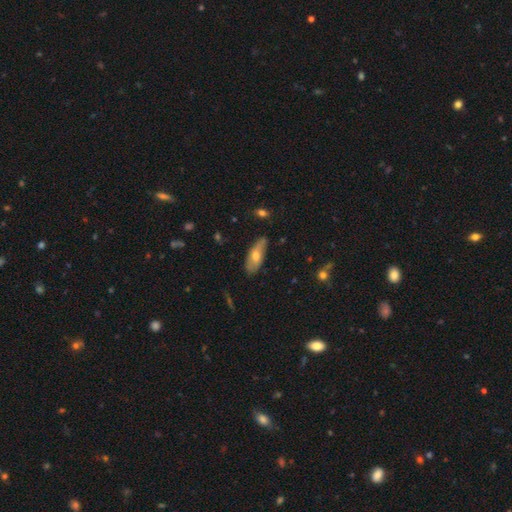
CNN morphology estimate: This appears to be a smooth galaxy with no disk features (59%) that is in between round and cigar-shaped (71%). Merging: none (68%).